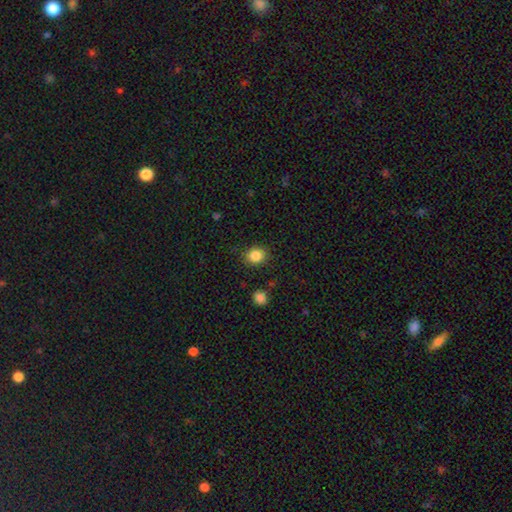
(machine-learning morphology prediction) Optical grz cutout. It shows a smooth galaxy with no disk features (86%) that is round (67%). Merging: none (87%).